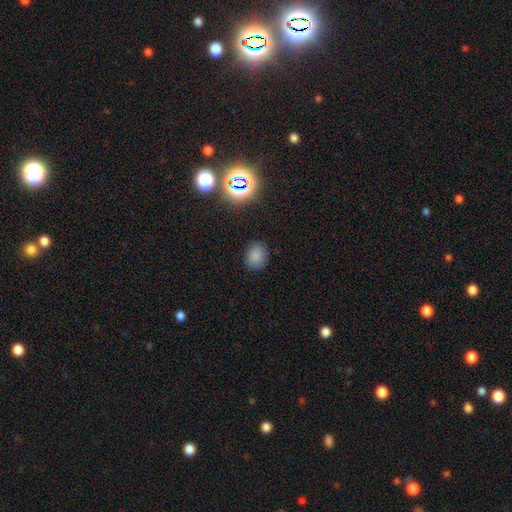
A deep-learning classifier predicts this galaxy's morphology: This is likely a smooth galaxy (79%). How rounded: possibly round (54%). Merging: clearly none (85%).